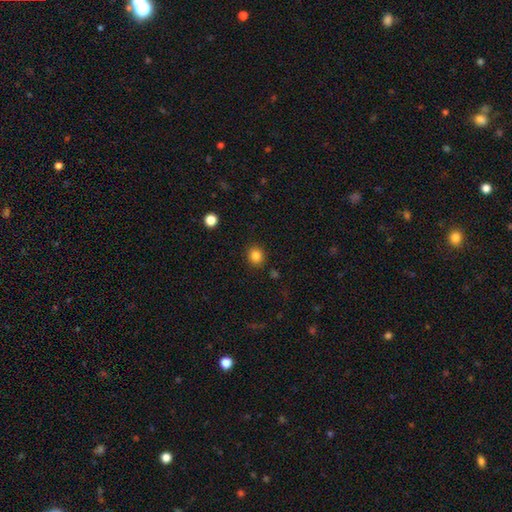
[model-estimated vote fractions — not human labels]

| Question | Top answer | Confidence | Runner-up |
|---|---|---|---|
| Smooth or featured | smooth | 84% | star or artifact (11%) |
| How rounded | round | 83% | in between (16%) |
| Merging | none | 89% | minor disturbance (7%) |